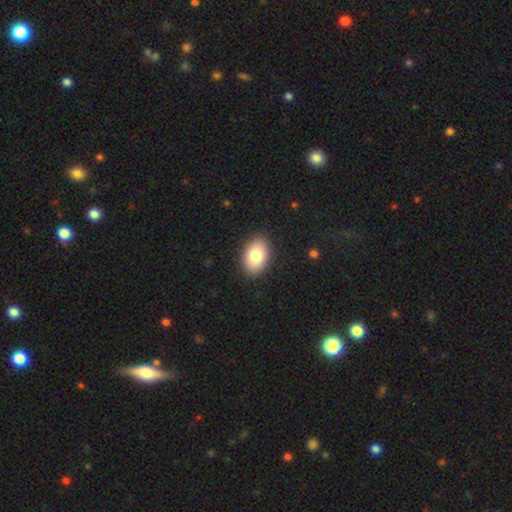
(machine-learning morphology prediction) smooth_or_featured: smooth (p=0.82) [alt: featured or disk p=0.10]
how_rounded: in between (p=0.87) [alt: round p=0.12]
merging: none (p=0.89) [alt: minor disturbance p=0.08]